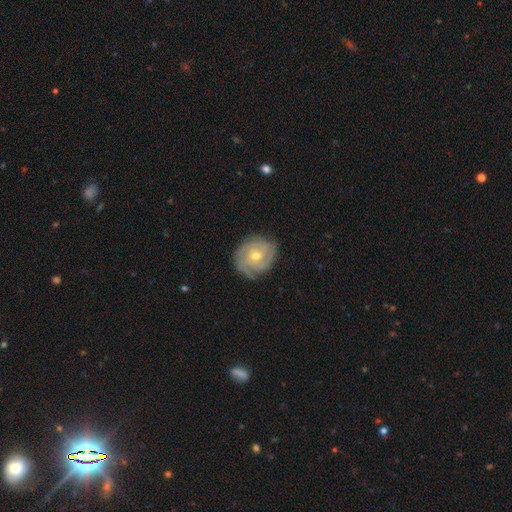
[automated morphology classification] A featured or disk galaxy (83%) with no bar (74%), 3 (38%) tight (74%) spiral arms (96%) and a moderate central bulge (57%).

Vote fractions:
- Smooth or featured? featured or disk: 83% / smooth: 11% / star or artifact: 5%
- Edge-on disk? no: 98% / yes: 2%
- Bar? no: 74% / weak: 22% / strong: 4%
- Spiral arms? yes: 96% / no: 4%
- Spiral winding? tight: 74% / medium: 22% / loose: 5%
- Spiral arm count? 3: 38% / can't tell: 21% / 2: 21% / 4: 9% / 1: 6% / more than 4: 5%
- Bulge size? moderate: 57% / small: 40% / large: 1% / none: 1% / dominant: 1%
- Merging? none: 78% / minor disturbance: 17% / major disturbance: 4% / merger: 1%